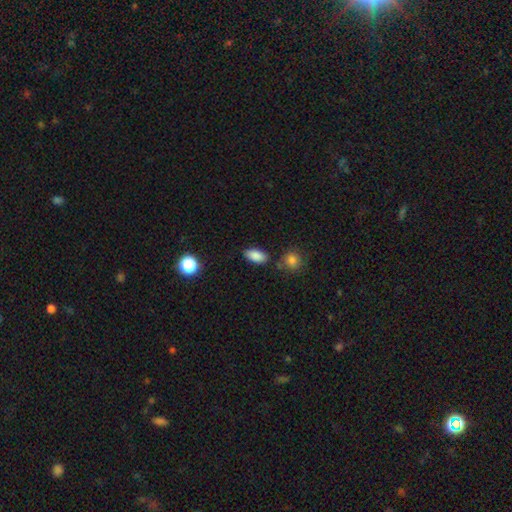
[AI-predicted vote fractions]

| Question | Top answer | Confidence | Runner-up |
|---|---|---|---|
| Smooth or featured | smooth | 86% | star or artifact (9%) |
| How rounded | in between | 90% | round (5%) |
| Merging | none | 81% | minor disturbance (11%) |